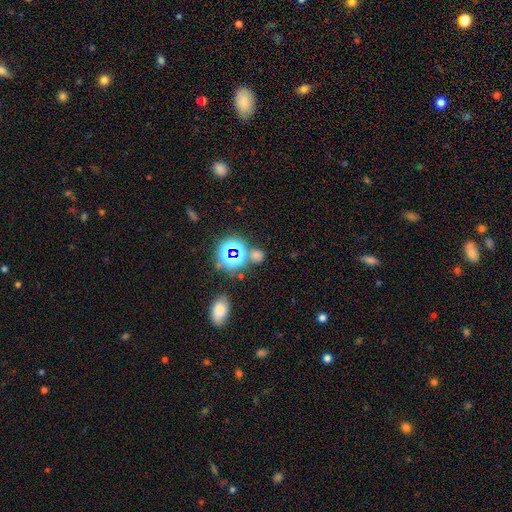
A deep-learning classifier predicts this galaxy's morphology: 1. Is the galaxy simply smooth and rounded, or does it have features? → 54% smooth, 40% star or artifact, 6% featured or disk.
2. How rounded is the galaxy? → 75% round, 24% in between, 2% cigar-shaped.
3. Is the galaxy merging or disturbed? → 70% none, 15% merger, 10% minor disturbance, 5% major disturbance.